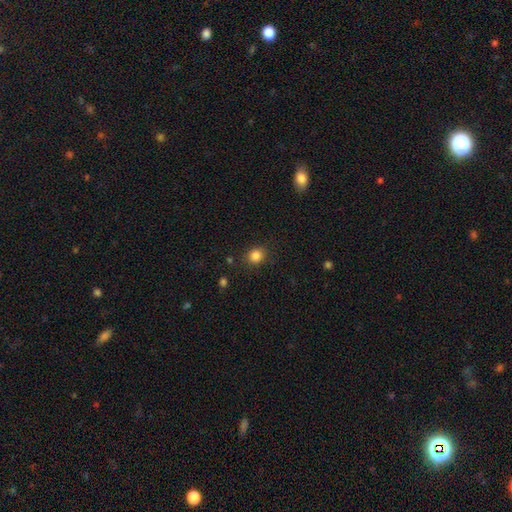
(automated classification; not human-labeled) smooth-or-featured: smooth: 85% | star or artifact: 12% | featured or disk: 4%
  how-rounded: round: 81% | in between: 18% | cigar-shaped: 1%
  merging: none: 86% | minor disturbance: 9% | major disturbance: 3% | merger: 2%